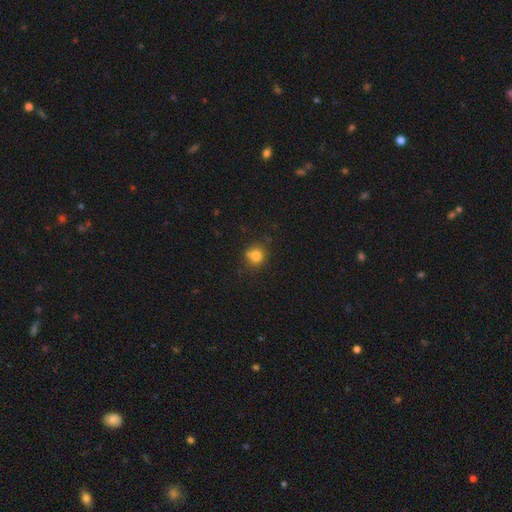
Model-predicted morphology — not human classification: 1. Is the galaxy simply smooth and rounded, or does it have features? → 79% smooth, 12% star or artifact, 8% featured or disk.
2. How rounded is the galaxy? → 84% round, 15% in between, 1% cigar-shaped.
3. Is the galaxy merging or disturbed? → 67% none, 16% minor disturbance, 12% merger, 4% major disturbance.